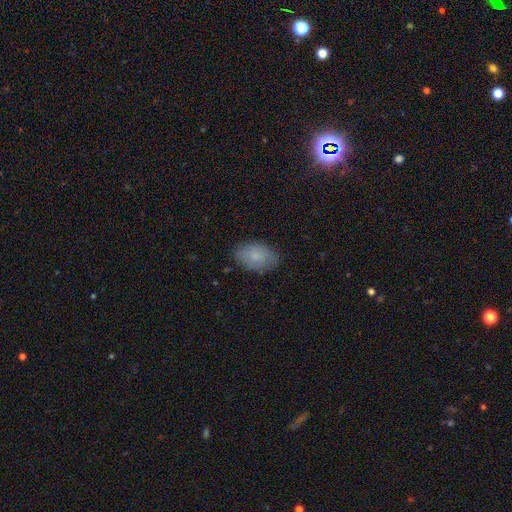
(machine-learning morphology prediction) A smooth galaxy with no disk features (81%) that is in between round and cigar-shaped (89%).

Vote fractions:
- Smooth or featured? smooth: 81% / featured or disk: 11% / star or artifact: 7%
- How rounded? in between: 89% / round: 9% / cigar-shaped: 1%
- Merging? none: 82% / minor disturbance: 14% / major disturbance: 3% / merger: 1%